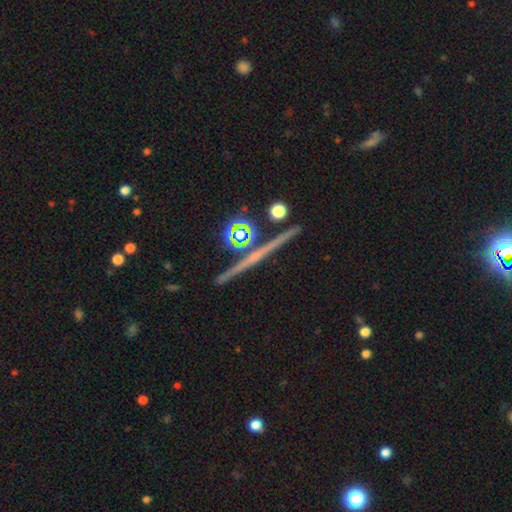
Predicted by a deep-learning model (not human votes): smooth_or_featured: featured or disk (p=0.59) [alt: smooth p=0.21]
disk_edge_on: yes (p=0.96) [alt: no p=0.04]
edge_on_bulge: none (p=0.70) [alt: rounded p=0.23]
merging: none (p=0.88) [alt: minor disturbance p=0.06]